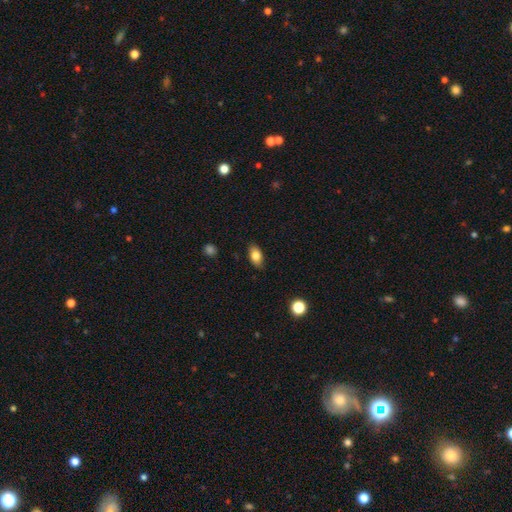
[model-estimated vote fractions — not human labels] Smooth or featured?
  - smooth: 81% *
  - featured or disk: 12%
  - star or artifact: 8%
How rounded?
  - in between: 89% *
  - round: 7%
  - cigar-shaped: 3%
Merging?
  - none: 85% *
  - minor disturbance: 12%
  - major disturbance: 2%
  - merger: 1%